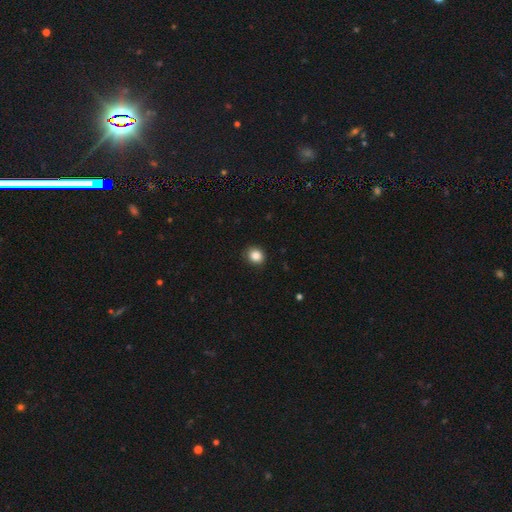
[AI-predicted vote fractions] This appears to be a smooth galaxy with no disk features (87%) that is round (80%). Merging: none (88%).